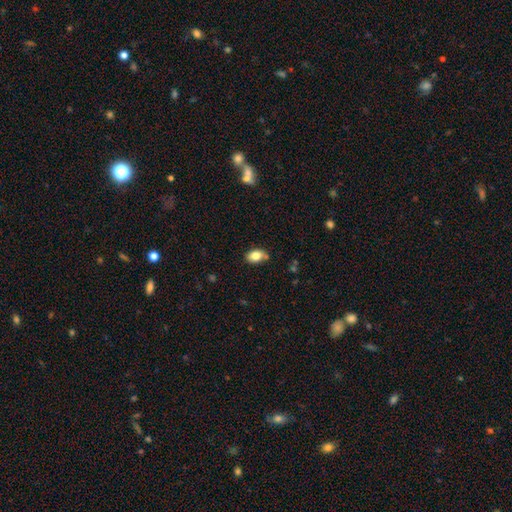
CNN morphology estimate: A smooth galaxy with no disk features (82%) that is in between round and cigar-shaped (85%).

Vote fractions:
- Smooth or featured? smooth: 82% / featured or disk: 9% / star or artifact: 8%
- How rounded? in between: 85% / round: 13% / cigar-shaped: 1%
- Merging? none: 75% / minor disturbance: 18% / merger: 4% / major disturbance: 3%